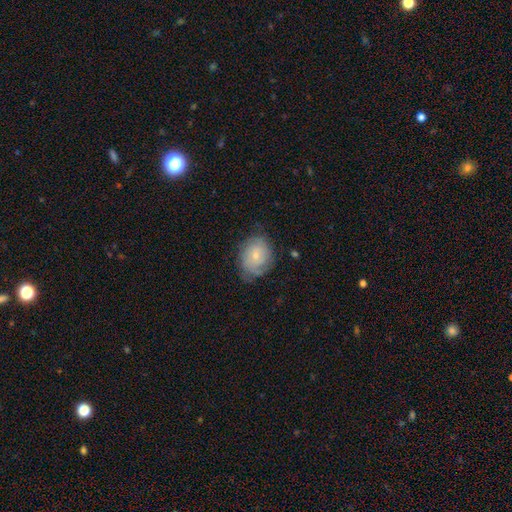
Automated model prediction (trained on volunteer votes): The model was most divided on "smooth or featured": smooth: 49%, featured or disk: 43%, star or artifact: 7%. More confident: merging — none (63%).